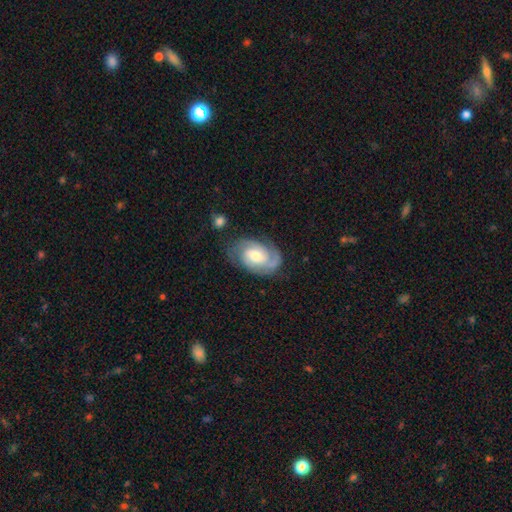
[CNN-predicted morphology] A featured or disk galaxy (83%) with no bar (56%), 2 (64%) tight (56%) spiral arms (96%) and a moderate central bulge (63%).

Vote fractions:
- Smooth or featured? featured or disk: 83% / smooth: 12% / star or artifact: 5%
- Edge-on disk? no: 97% / yes: 3%
- Bar? no: 56% / weak: 37% / strong: 7%
- Spiral arms? yes: 96% / no: 4%
- Spiral winding? tight: 56% / medium: 36% / loose: 8%
- Spiral arm count? 2: 64% / 3: 14% / can't tell: 12% / 1: 5% / 4: 2% / more than 4: 2%
- Bulge size? moderate: 63% / small: 23% / large: 11% / none: 2% / dominant: 1%
- Merging? none: 74% / minor disturbance: 17% / major disturbance: 6% / merger: 2%